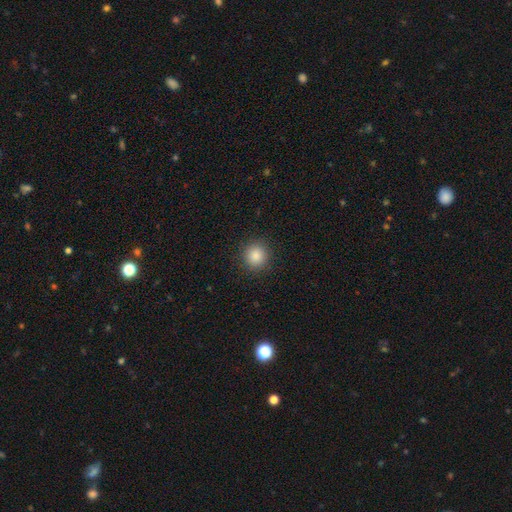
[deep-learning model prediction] A smooth galaxy with no disk features (86%) that is round (92%). Merging: none (91%).